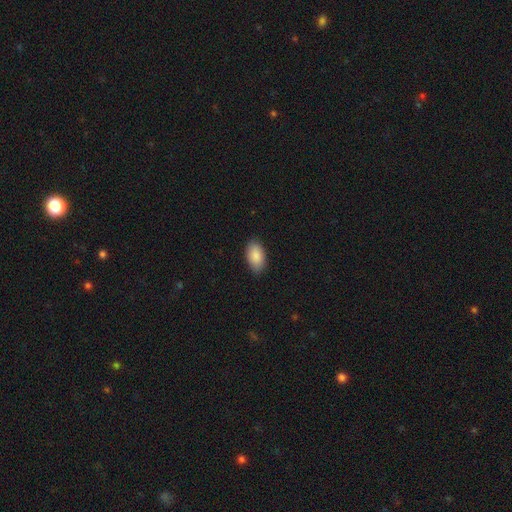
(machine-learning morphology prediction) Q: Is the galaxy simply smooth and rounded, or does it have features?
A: smooth — 89%.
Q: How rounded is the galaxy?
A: in between — 94%.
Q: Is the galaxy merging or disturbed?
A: none — 87%.